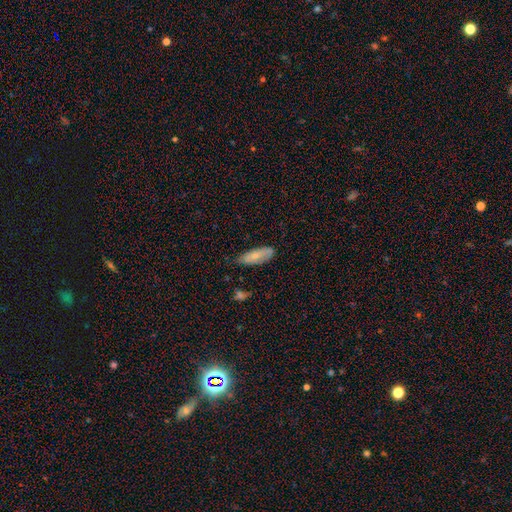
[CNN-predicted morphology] type=smooth (71%); roundness=in between (70%); merging=none (67%).